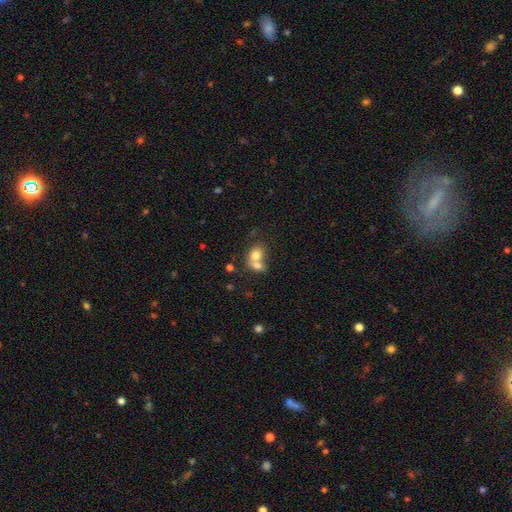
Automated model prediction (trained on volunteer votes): smooth 73%, featured or disk 17%, star or artifact 9%. Down the decision tree: how rounded — in between (55%); merging — merger (67%).